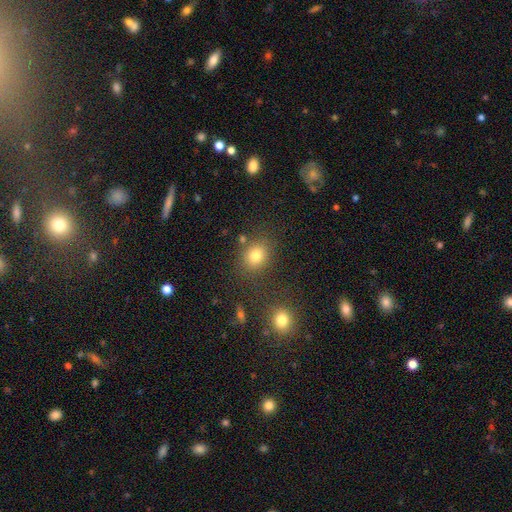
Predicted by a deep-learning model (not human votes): Smooth or featured: smooth — 77% (star or artifact — 15%)
How rounded: round — 67% (in between — 32%)
Merging: none — 76% (minor disturbance — 11%)